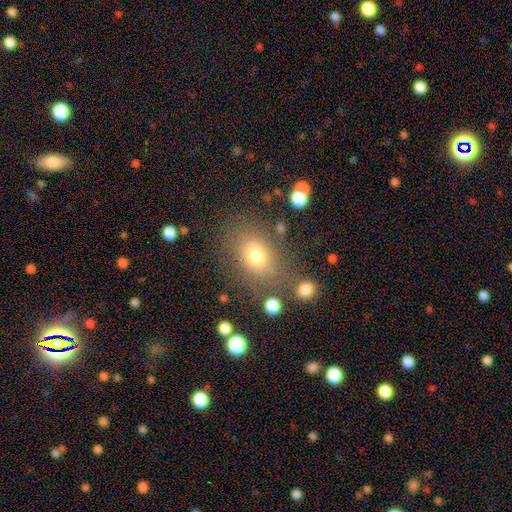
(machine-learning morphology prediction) Smooth or featured: smooth — 73% (star or artifact — 15%)
How rounded: in between — 66% (round — 32%)
Merging: none — 75% (minor disturbance — 13%)